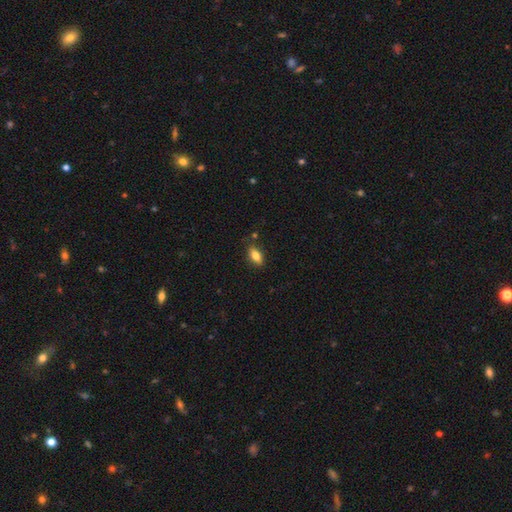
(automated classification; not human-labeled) Smooth or featured?
  - smooth: 79% *
  - featured or disk: 13%
  - star or artifact: 8%
How rounded?
  - in between: 85% *
  - cigar-shaped: 11%
  - round: 4%
Merging?
  - none: 81% *
  - minor disturbance: 13%
  - merger: 3%
  - major disturbance: 3%